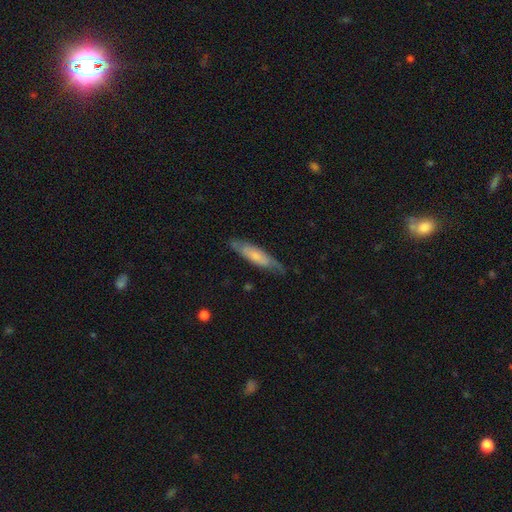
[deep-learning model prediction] Smooth or featured: smooth — 52% (featured or disk — 42%)
How rounded: cigar-shaped — 70% (in between — 28%)
Merging: none — 73% (minor disturbance — 21%)